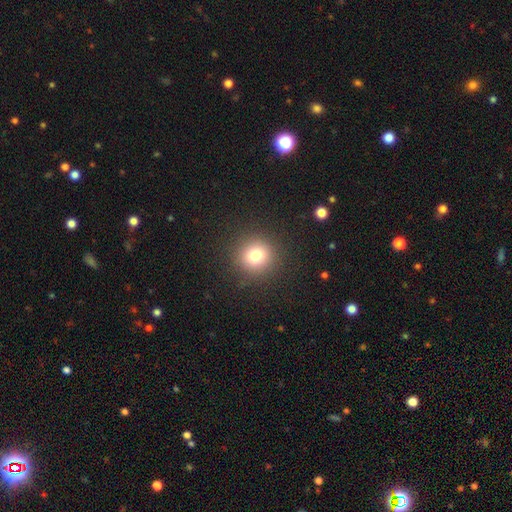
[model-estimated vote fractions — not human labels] smooth 78%, star or artifact 14%, featured or disk 9%. Down the decision tree: how rounded — round (92%); merging — none (90%).